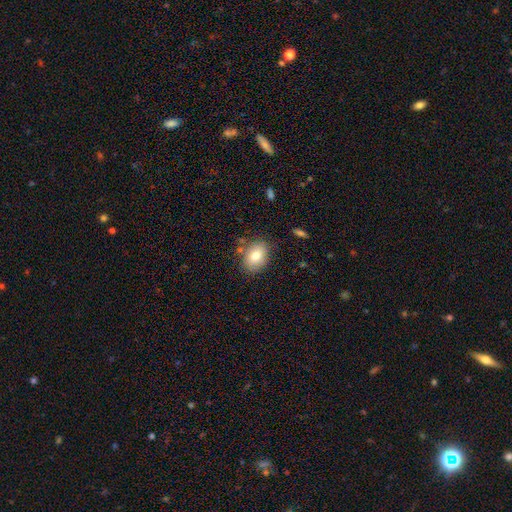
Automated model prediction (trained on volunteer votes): A smooth galaxy with no disk features (77%) that is in between round and cigar-shaped (76%).

Vote fractions:
- Smooth or featured? smooth: 77% / featured or disk: 14% / star or artifact: 9%
- How rounded? in between: 76% / round: 23% / cigar-shaped: 1%
- Merging? none: 80% / minor disturbance: 13% / merger: 4% / major disturbance: 3%